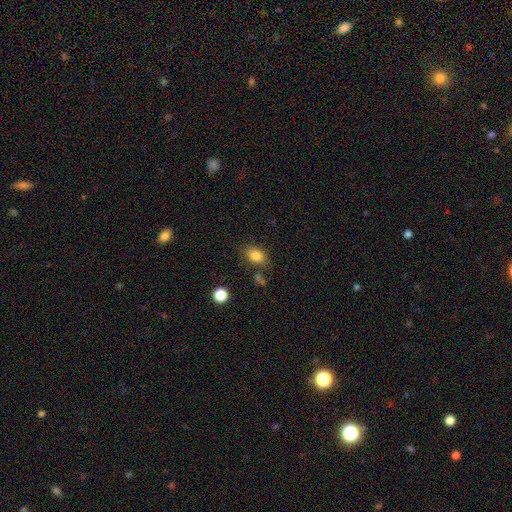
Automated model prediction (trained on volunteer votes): Morphology: type=smooth (83%); roundness=in between (78%); merging=none (74%).